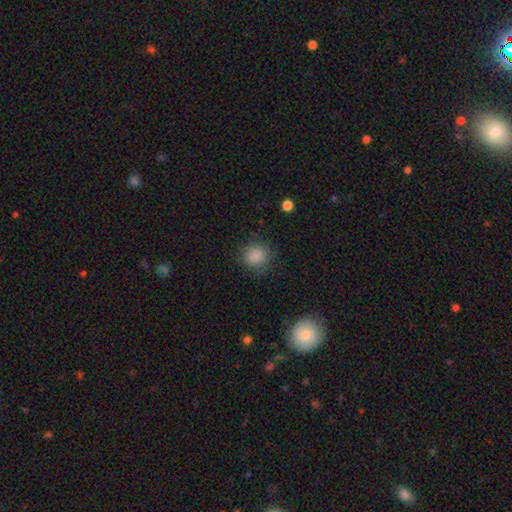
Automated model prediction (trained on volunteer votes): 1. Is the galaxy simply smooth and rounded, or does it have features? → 86% smooth, 11% star or artifact, 4% featured or disk.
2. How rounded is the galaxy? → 88% round, 11% in between, 1% cigar-shaped.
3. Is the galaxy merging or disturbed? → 86% none, 9% minor disturbance, 4% major disturbance, 1% merger.